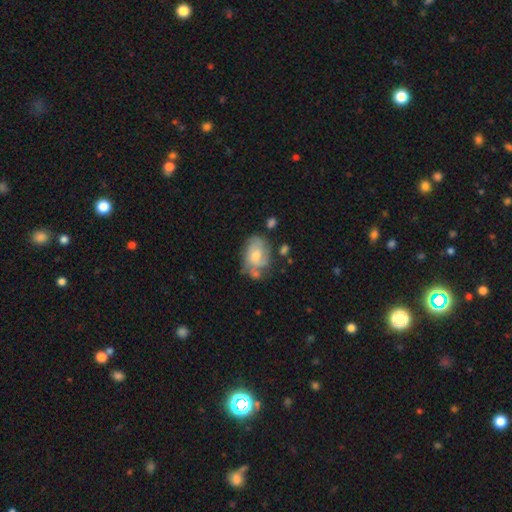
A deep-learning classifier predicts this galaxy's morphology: featured or disk 51%, smooth 41%, star or artifact 7%. Down the decision tree: edge-on disk — no (96%); merging — none (44%).